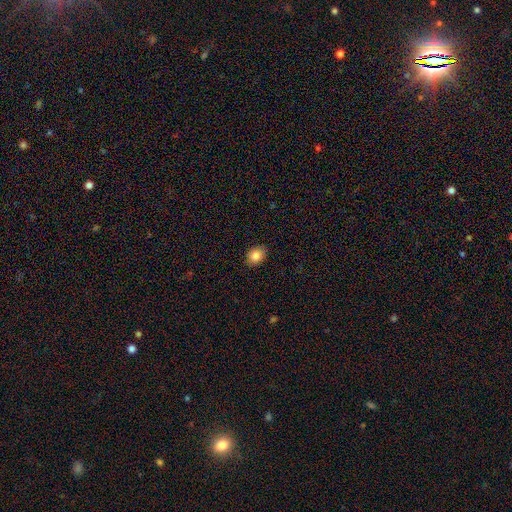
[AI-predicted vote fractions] The model was most divided on "how rounded": in between: 54%, round: 45%, cigar-shaped: 1%. More confident: merging — none (87%); smooth or featured — smooth (86%).